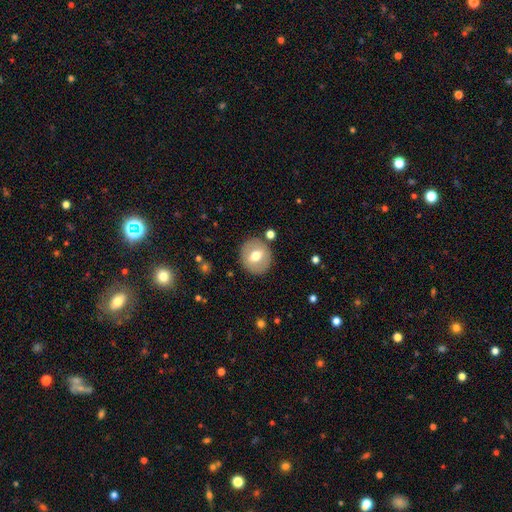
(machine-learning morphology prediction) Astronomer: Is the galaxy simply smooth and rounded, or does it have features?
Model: smooth — 61%.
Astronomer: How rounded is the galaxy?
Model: round — 84%.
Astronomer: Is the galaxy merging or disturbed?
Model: none — 87%.